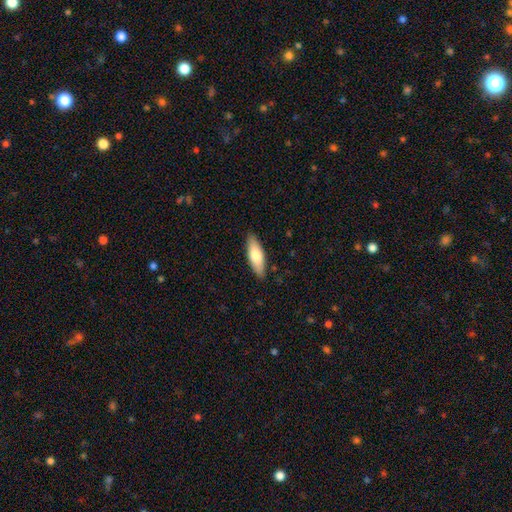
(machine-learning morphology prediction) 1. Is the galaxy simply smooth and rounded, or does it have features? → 74% smooth, 21% featured or disk, 5% star or artifact.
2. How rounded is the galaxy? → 60% in between, 38% cigar-shaped, 2% round.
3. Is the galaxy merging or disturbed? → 88% none, 9% minor disturbance, 2% major disturbance, 1% merger.